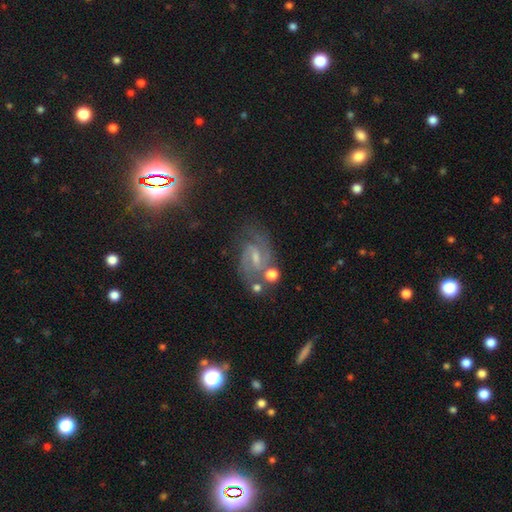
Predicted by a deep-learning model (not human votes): This is likely a featured or disk galaxy (76%). It is clearly not viewed edge-on (96%). Bar: possibly weak (55%). Spiral arm pattern: clearly yes (95%). Spiral arm count: likely 2 (79%). Spiral winding: possibly medium (52%). Central bulge: possibly small (59%). Merging: likely none (66%).